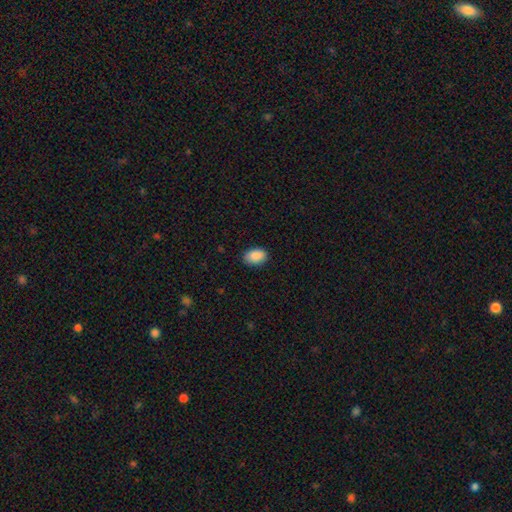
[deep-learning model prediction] Smooth or featured?
  - smooth: 90% *
  - star or artifact: 7%
  - featured or disk: 3%
How rounded?
  - in between: 85% *
  - round: 14%
  - cigar-shaped: 1%
Merging?
  - none: 85% *
  - minor disturbance: 12%
  - major disturbance: 2%
  - merger: 1%